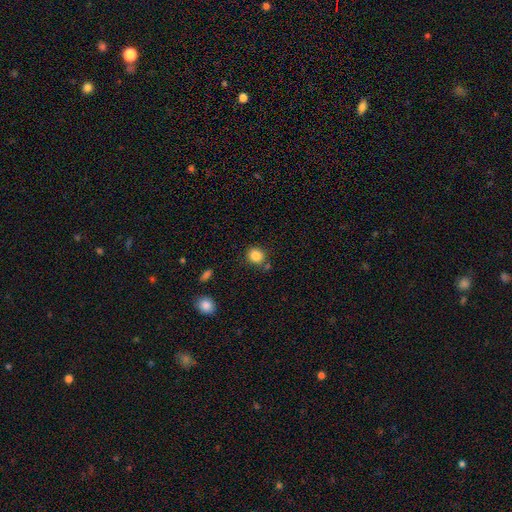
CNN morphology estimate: Smooth or featured?
  - smooth: 85% *
  - star or artifact: 10%
  - featured or disk: 5%
How rounded?
  - round: 81% *
  - in between: 18%
  - cigar-shaped: 1%
Merging?
  - none: 78% *
  - minor disturbance: 11%
  - merger: 8%
  - major disturbance: 3%